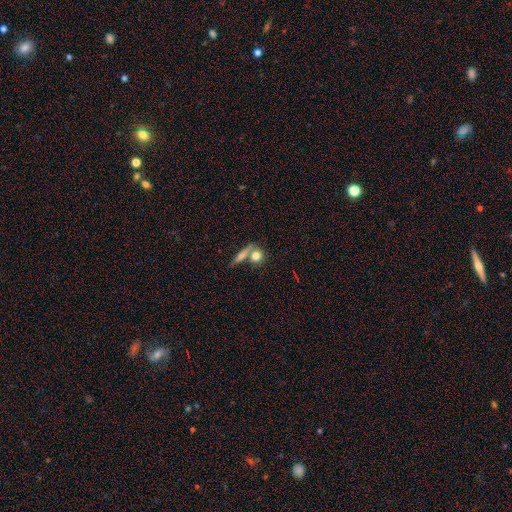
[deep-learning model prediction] A smooth galaxy with no disk features (76%) that is round (67%).

Vote fractions:
- Smooth or featured? smooth: 76% / featured or disk: 15% / star or artifact: 9%
- How rounded? round: 67% / in between: 22% / cigar-shaped: 12%
- Merging? none: 54% / merger: 31% / minor disturbance: 10% / major disturbance: 5%